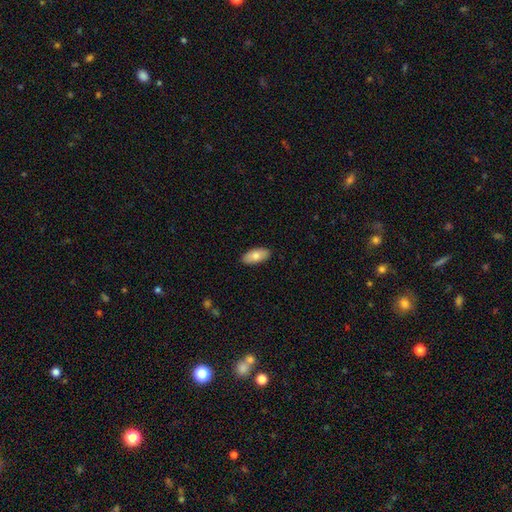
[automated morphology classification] Q: Smooth or featured?
A: smooth (78%); runner-up: featured or disk (16%)
Q: How rounded?
A: in between (89%); runner-up: cigar-shaped (8%)
Q: Merging?
A: none (90%); runner-up: minor disturbance (8%)